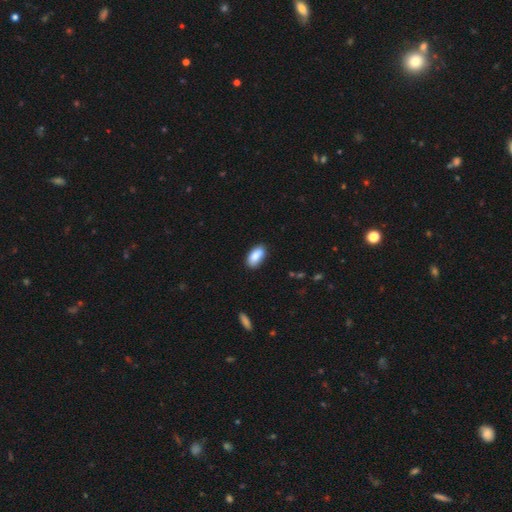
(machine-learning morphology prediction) Q: Smooth or featured?
A: smooth (87%); runner-up: star or artifact (7%)
Q: How rounded?
A: in between (91%); runner-up: cigar-shaped (6%)
Q: Merging?
A: none (81%); runner-up: minor disturbance (14%)